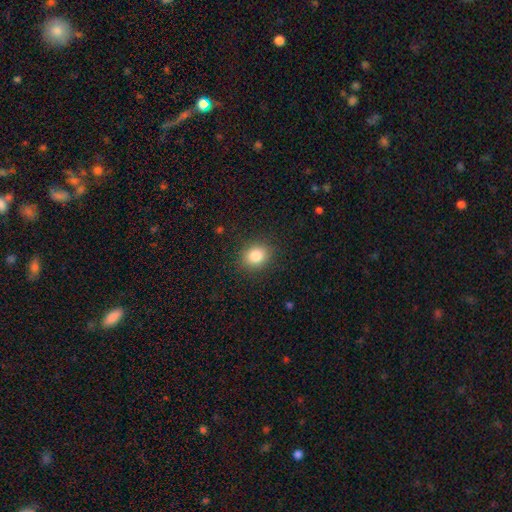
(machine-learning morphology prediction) Q: Smooth or featured?
A: smooth (84%); runner-up: star or artifact (10%)
Q: How rounded?
A: round (58%); runner-up: in between (41%)
Q: Merging?
A: none (88%); runner-up: minor disturbance (8%)